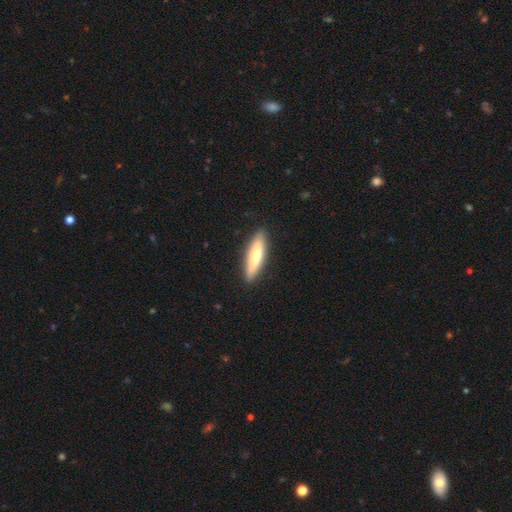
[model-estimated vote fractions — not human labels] Smooth or featured: smooth — 67% (featured or disk — 28%)
How rounded: cigar-shaped — 70% (in between — 28%)
Merging: none — 88% (minor disturbance — 9%)